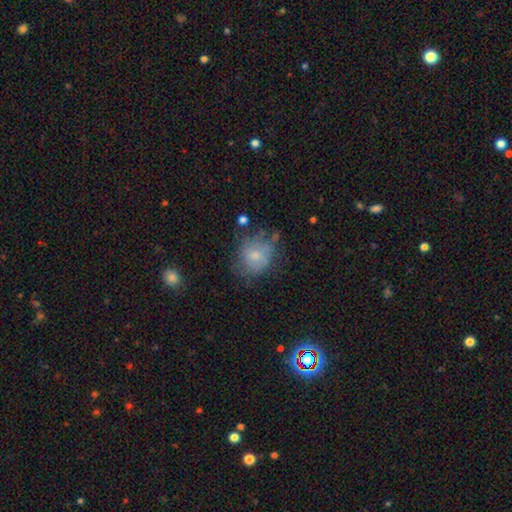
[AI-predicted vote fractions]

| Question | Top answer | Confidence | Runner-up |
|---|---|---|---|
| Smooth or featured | smooth | 66% | featured or disk (24%) |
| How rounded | round | 68% | in between (31%) |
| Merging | none | 50% | minor disturbance (29%) |